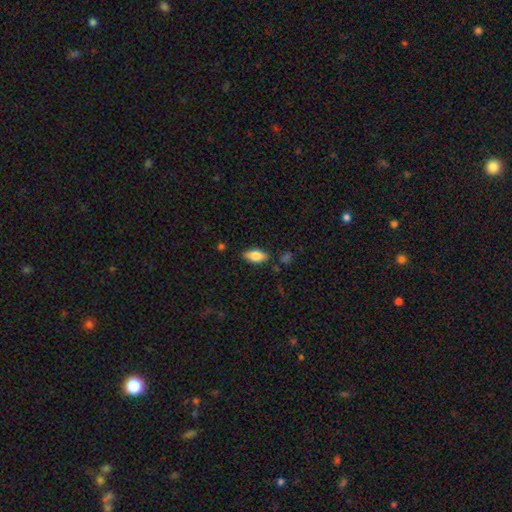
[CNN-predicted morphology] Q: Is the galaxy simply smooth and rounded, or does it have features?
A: smooth — 79%.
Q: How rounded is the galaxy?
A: in between — 89%.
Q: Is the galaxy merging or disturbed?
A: none — 85%.